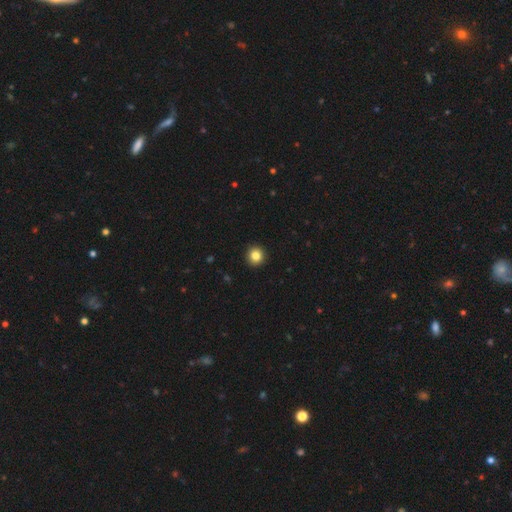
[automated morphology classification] Q: Smooth or featured?
A: smooth (84%); runner-up: star or artifact (10%)
Q: How rounded?
A: round (93%); runner-up: in between (6%)
Q: Merging?
A: none (93%); runner-up: minor disturbance (5%)